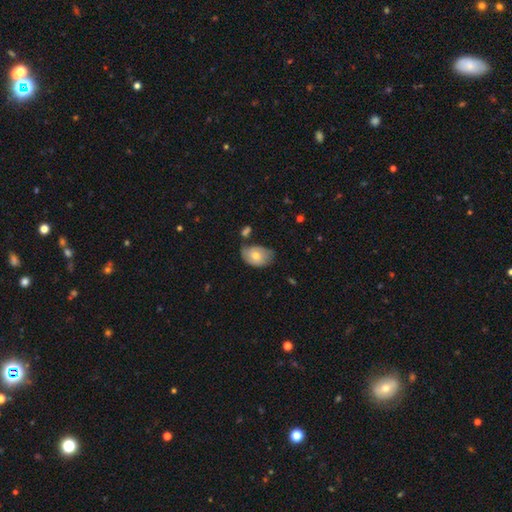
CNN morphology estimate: This appears to be a smooth galaxy with no disk features (65%) that is in between round and cigar-shaped (83%). Merging: none (52%).